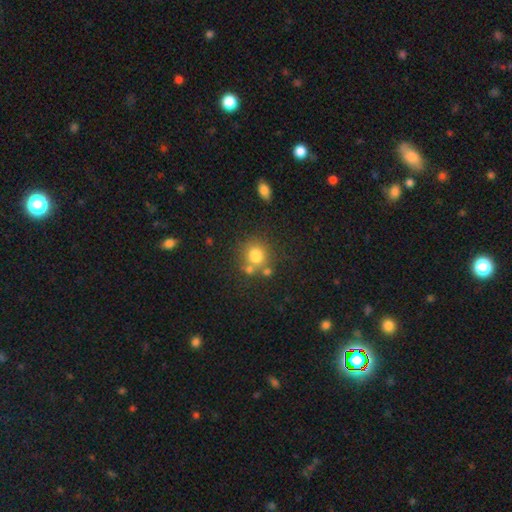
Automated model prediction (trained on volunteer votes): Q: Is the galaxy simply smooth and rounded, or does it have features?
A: smooth — 77%.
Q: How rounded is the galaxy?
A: round — 86%.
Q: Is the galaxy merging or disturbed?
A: none — 64%.